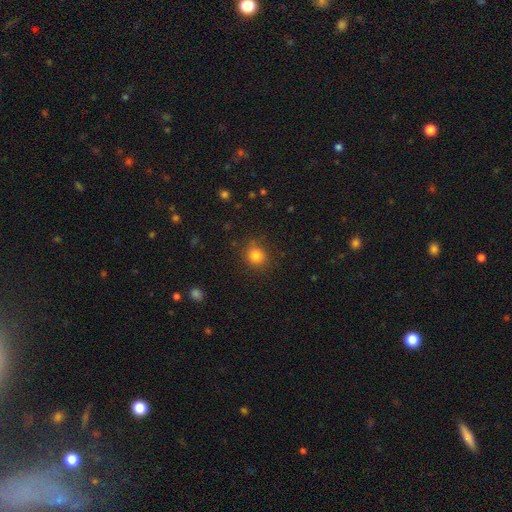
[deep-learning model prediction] The model was most divided on "how rounded": round: 83%, in between: 16%, cigar-shaped: 1%. More confident: merging — none (85%); smooth or featured — smooth (82%).